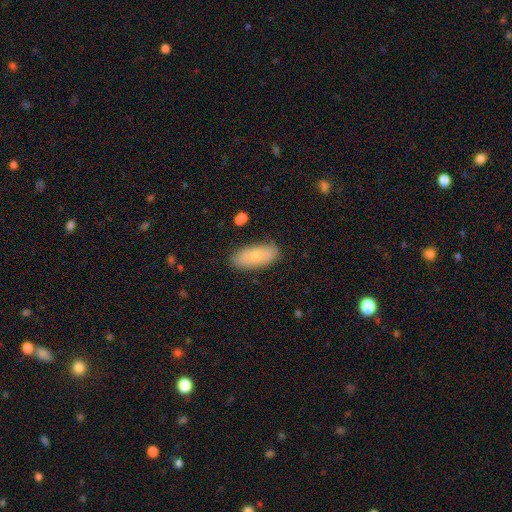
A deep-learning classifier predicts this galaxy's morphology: smooth-or-featured: smooth: 69% | featured or disk: 24% | star or artifact: 7%
  how-rounded: in between: 86% | cigar-shaped: 11% | round: 3%
  merging: none: 82% | minor disturbance: 14% | major disturbance: 3% | merger: 2%